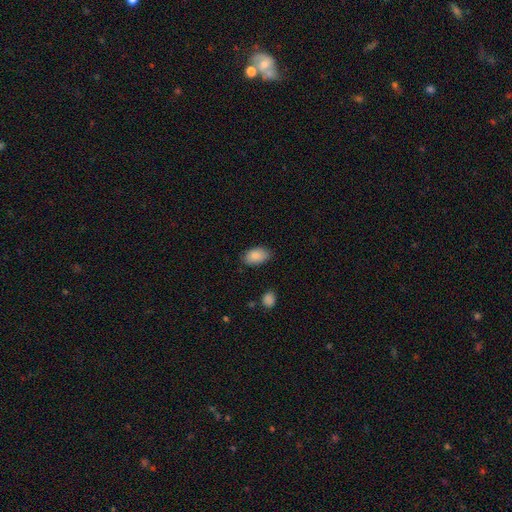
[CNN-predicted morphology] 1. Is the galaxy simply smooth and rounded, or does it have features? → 88% smooth, 7% star or artifact, 5% featured or disk.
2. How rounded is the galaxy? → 93% in between, 6% round, 1% cigar-shaped.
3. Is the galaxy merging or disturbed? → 83% none, 13% minor disturbance, 3% major disturbance, 1% merger.